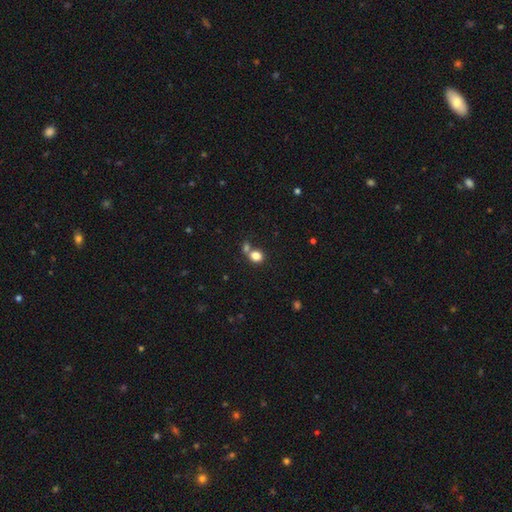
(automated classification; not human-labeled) Overall: smooth (81%). How rounded: round (69%; in between 30%). Merging: none (49%; merger 38%).